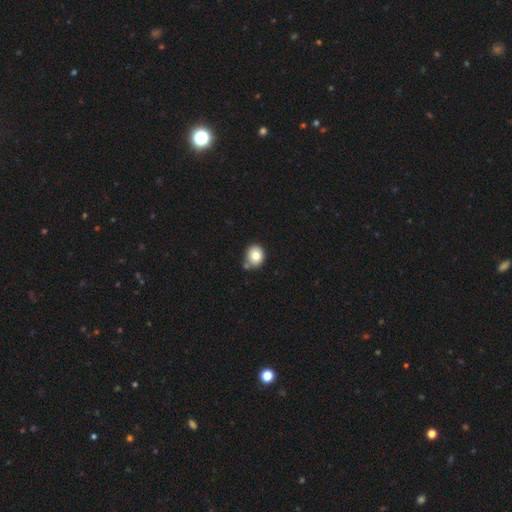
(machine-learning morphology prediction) A smooth galaxy with no disk features (79%) that is round (74%). Merging: none (67%).